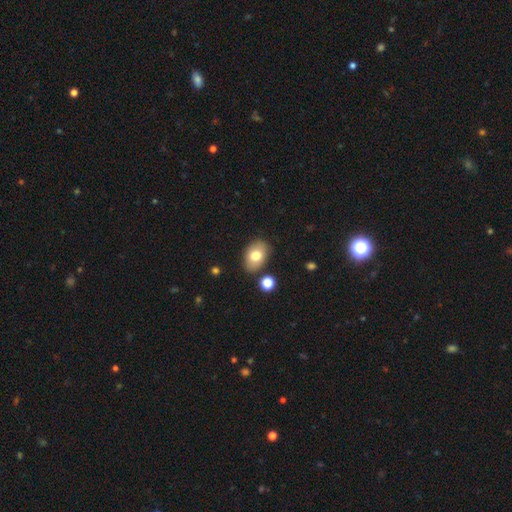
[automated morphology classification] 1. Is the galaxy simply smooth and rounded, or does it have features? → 76% smooth, 16% featured or disk, 8% star or artifact.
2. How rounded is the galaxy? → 79% in between, 20% round, 1% cigar-shaped.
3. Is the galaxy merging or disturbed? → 80% none, 12% minor disturbance, 5% merger, 3% major disturbance.